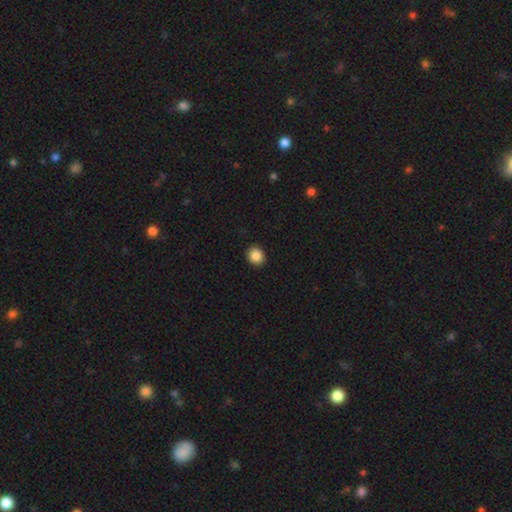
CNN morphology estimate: type=smooth (87%); roundness=round (82%); merging=none (92%).